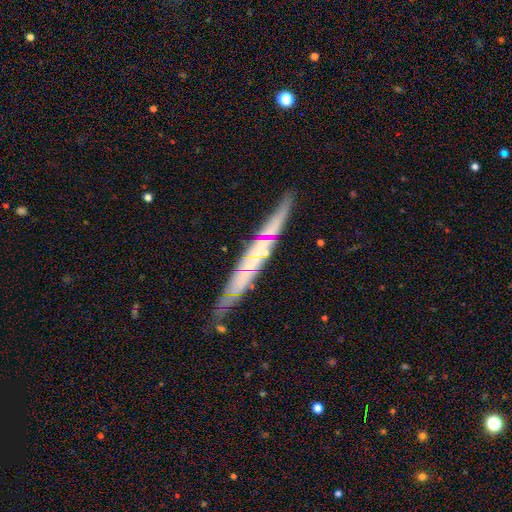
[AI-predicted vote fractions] This appears to be a featured or disk galaxy (62%) viewed edge-on (88%) with no central bulge (84%). Merging: none (79%).